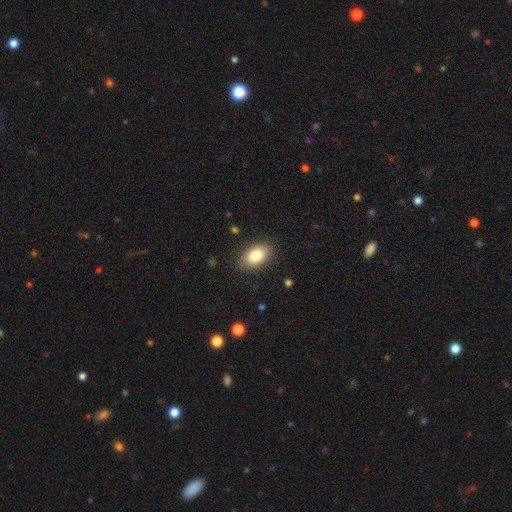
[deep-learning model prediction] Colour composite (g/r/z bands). It shows a smooth galaxy with no disk features (84%) that is in between round and cigar-shaped (91%). Merging: none (83%).